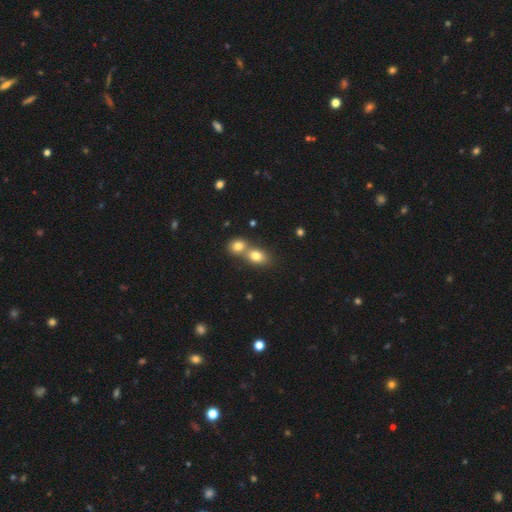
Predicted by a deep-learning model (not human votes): A smooth galaxy with no disk features (79%) that is in between round and cigar-shaped (60%). Merging: merger (58%).